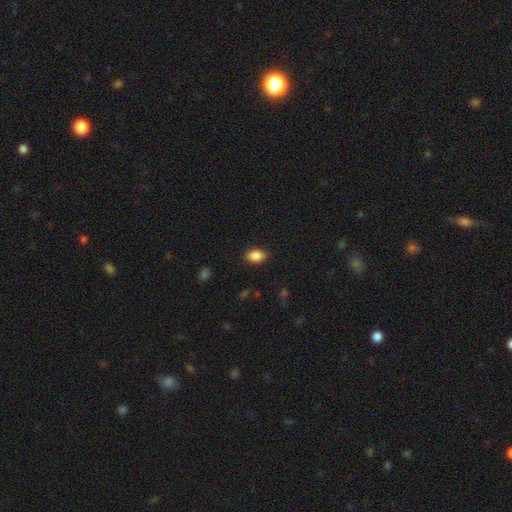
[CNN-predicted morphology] smooth 88%, star or artifact 8%, featured or disk 4%. Down the decision tree: how rounded — in between (86%); merging — none (85%).